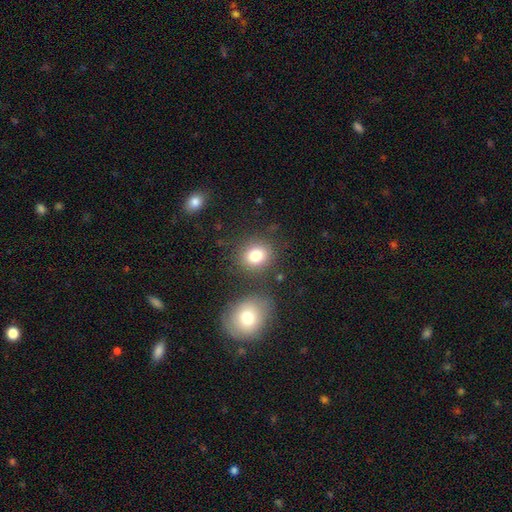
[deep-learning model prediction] smooth_or_featured: smooth (p=0.80) [alt: star or artifact p=0.11]
how_rounded: round (p=0.71) [alt: in between p=0.29]
merging: none (p=0.78) [alt: minor disturbance p=0.10]